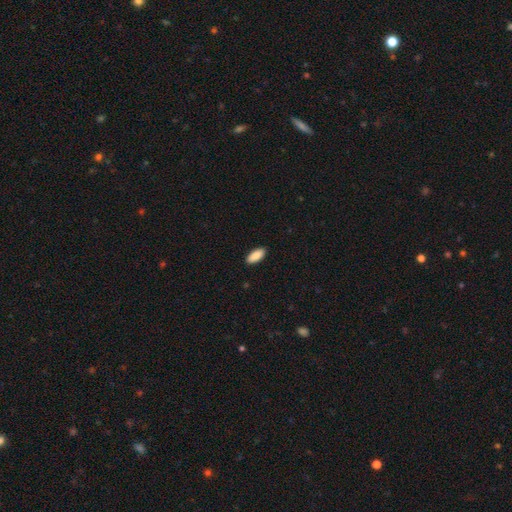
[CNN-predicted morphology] The model was most divided on "how rounded": in between: 86%, cigar-shaped: 12%, round: 2%. More confident: merging — none (90%); smooth or featured — smooth (89%).